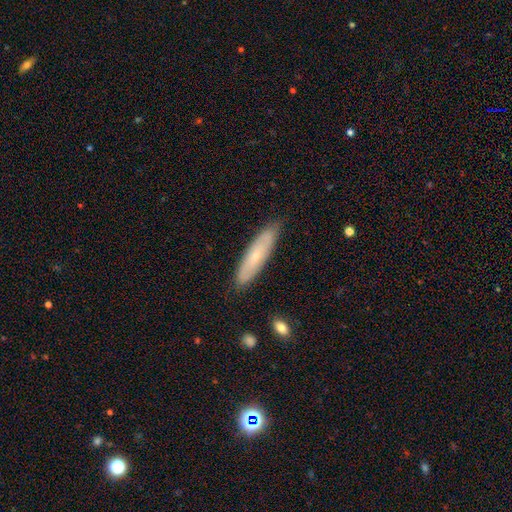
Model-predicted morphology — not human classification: smooth_or_featured: smooth (p=0.54) [alt: featured or disk p=0.40]
how_rounded: cigar-shaped (p=0.74) [alt: in between p=0.24]
merging: none (p=0.83) [alt: minor disturbance p=0.14]